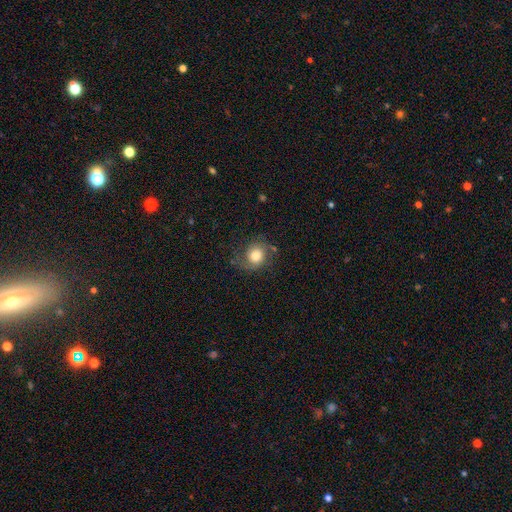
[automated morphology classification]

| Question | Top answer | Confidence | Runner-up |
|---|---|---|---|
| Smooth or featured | featured or disk | 47% | smooth (43%) |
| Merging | none | 70% | minor disturbance (19%) |